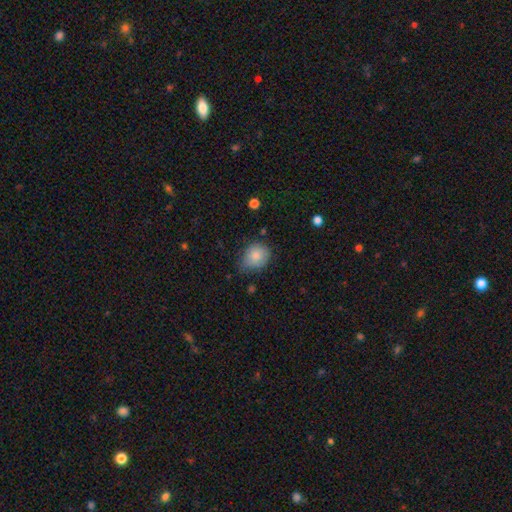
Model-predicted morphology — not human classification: This appears to be a smooth galaxy with no disk features (82%) that is round (66%). Merging: none (53%).